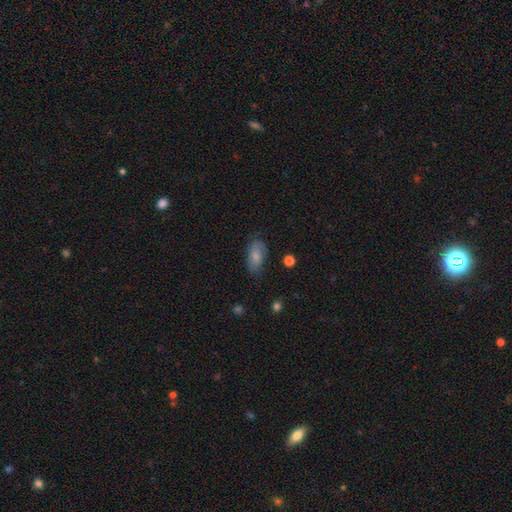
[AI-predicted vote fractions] Overall: smooth (75%). How rounded: in between (91%). Merging: none (70%).